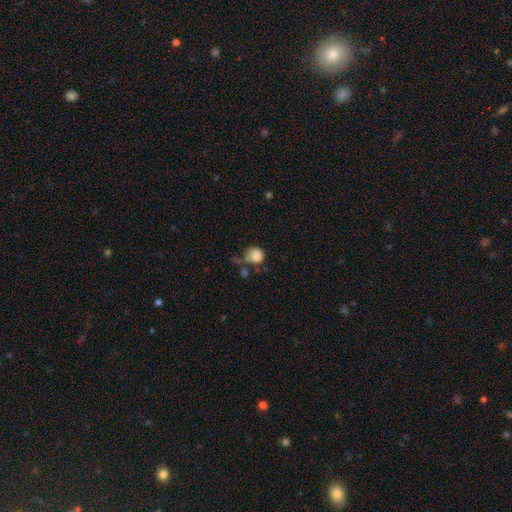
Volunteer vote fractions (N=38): Q: Smooth or featured?
A: smooth (89%); runner-up: featured or disk (11%)
Q: How rounded?
A: round (79%); runner-up: in between (21%)
Q: Merging?
A: none (61%); runner-up: minor disturbance (26%)